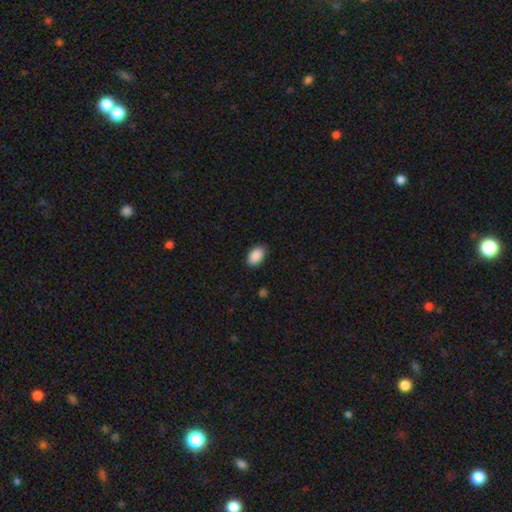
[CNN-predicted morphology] Q: Smooth or featured?
A: smooth (90%); runner-up: star or artifact (7%)
Q: How rounded?
A: in between (91%); runner-up: round (8%)
Q: Merging?
A: none (87%); runner-up: minor disturbance (10%)